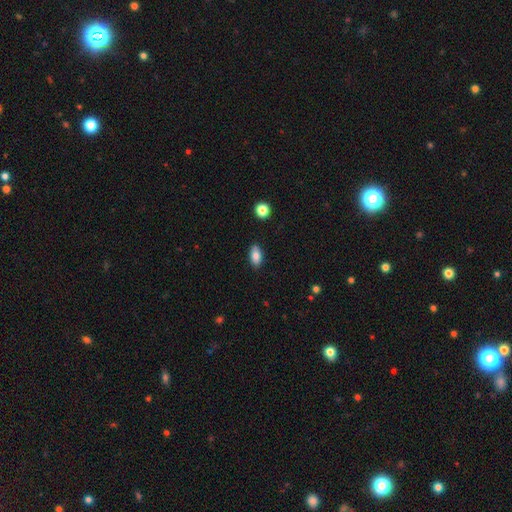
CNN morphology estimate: type=smooth (83%); roundness=in between (90%); merging=none (87%).